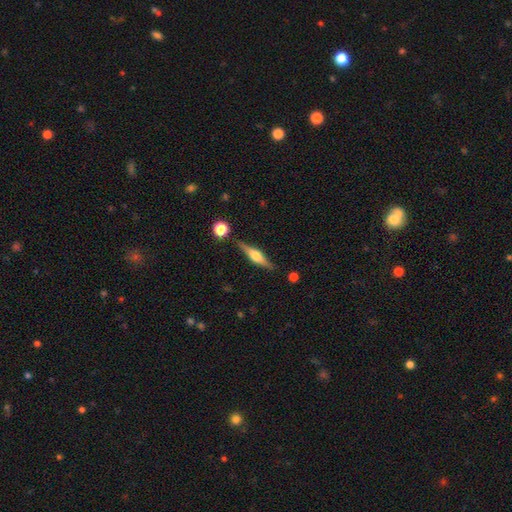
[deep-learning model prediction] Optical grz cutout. It shows a featured or disk galaxy (69%) viewed edge-on (97%) with a rounded central bulge (90%). Merging: none (86%).